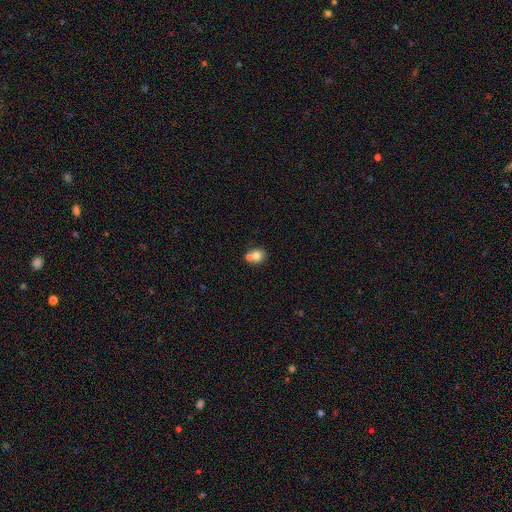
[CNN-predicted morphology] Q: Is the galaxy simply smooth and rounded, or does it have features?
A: smooth — 74%.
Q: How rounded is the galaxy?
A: round — 69%.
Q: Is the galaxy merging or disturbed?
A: merger — 49%.